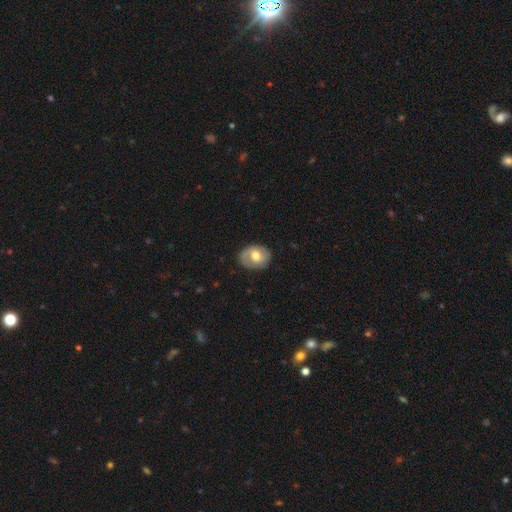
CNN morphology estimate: A smooth galaxy with no disk features (54%) that is in between round and cigar-shaped (60%). Merging: none (78%).